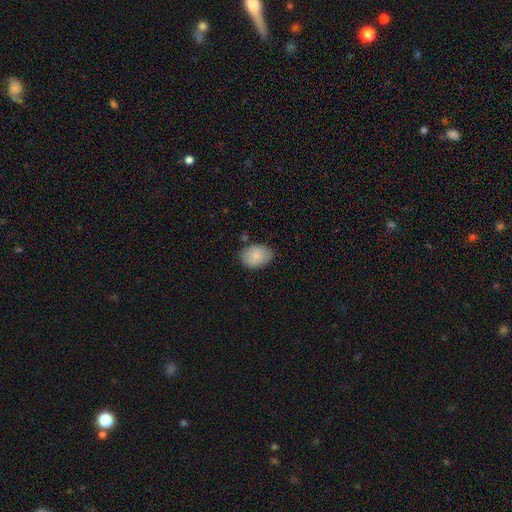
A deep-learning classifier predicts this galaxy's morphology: Overall: smooth (84%). How rounded: in between (78%). Merging: none (77%).